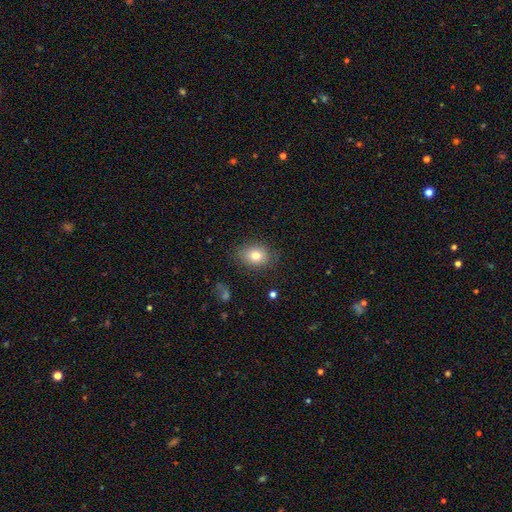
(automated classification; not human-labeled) A smooth galaxy with no disk features (80%) that is in between round and cigar-shaped (62%).

Vote fractions:
- Smooth or featured? smooth: 80% / featured or disk: 11% / star or artifact: 10%
- How rounded? in between: 62% / round: 37% / cigar-shaped: 1%
- Merging? none: 80% / minor disturbance: 15% / major disturbance: 4% / merger: 1%